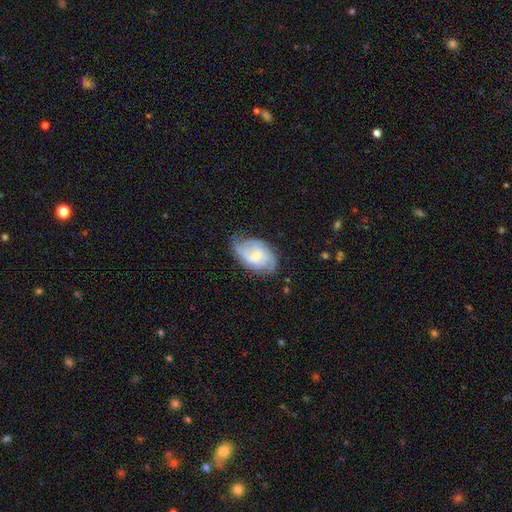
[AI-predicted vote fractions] This appears to be a featured or disk galaxy (62%) with no bar (60%), 2 (45%) medium (43%) spiral arms (90%) and a small central bulge (54%). Merging: none (61%).